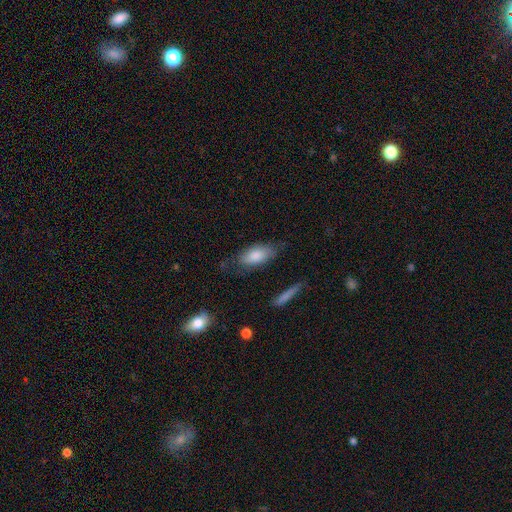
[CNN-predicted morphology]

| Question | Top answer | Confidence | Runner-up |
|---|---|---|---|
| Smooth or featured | smooth | 80% | featured or disk (14%) |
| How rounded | in between | 85% | cigar-shaped (12%) |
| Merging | none | 66% | minor disturbance (23%) |